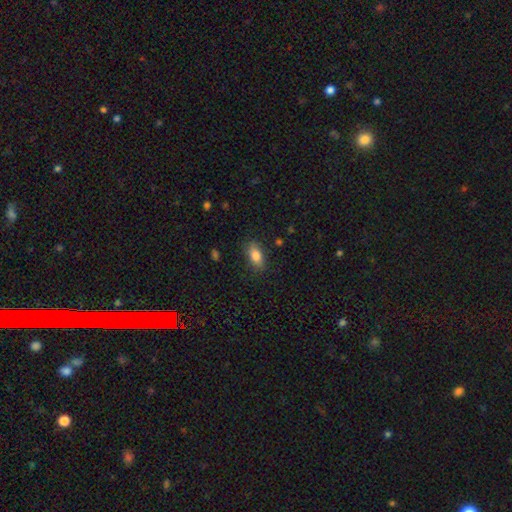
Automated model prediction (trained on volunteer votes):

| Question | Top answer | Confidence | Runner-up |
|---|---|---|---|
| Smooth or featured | smooth | 83% | featured or disk (9%) |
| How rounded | in between | 87% | cigar-shaped (7%) |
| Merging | none | 85% | minor disturbance (11%) |